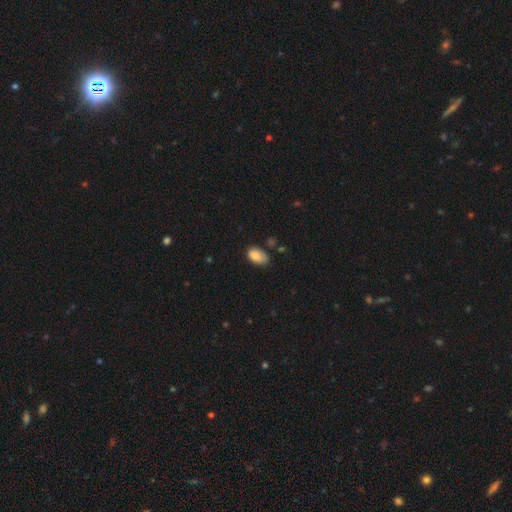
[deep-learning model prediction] Smooth or featured? Predicted: smooth (p=0.83). How rounded? Predicted: in between (p=0.92). Merging? Predicted: none (p=0.61).